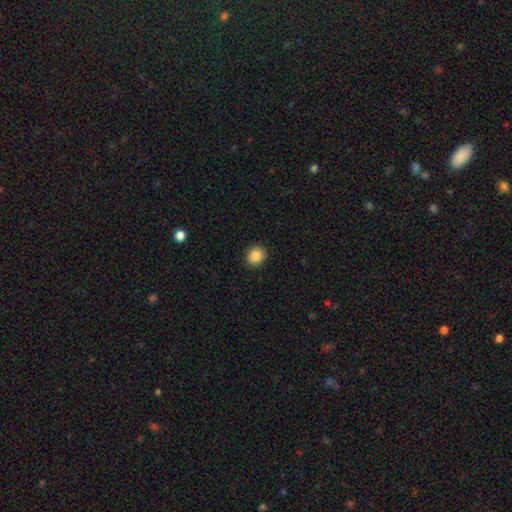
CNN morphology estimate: Smooth or featured?
  - smooth: 88% *
  - star or artifact: 9%
  - featured or disk: 3%
How rounded?
  - round: 70% *
  - in between: 29%
  - cigar-shaped: 1%
Merging?
  - none: 91% *
  - minor disturbance: 6%
  - major disturbance: 2%
  - merger: 1%